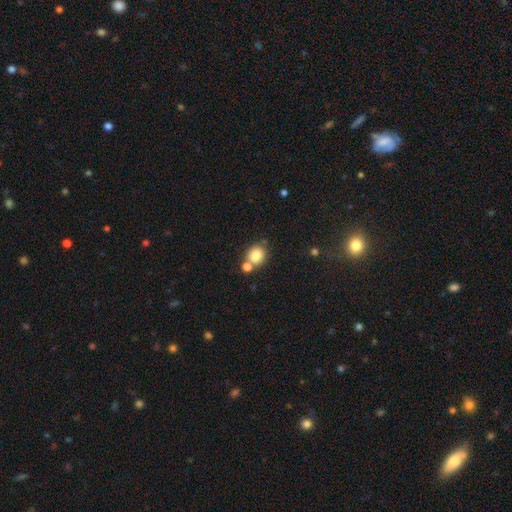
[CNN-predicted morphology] Smooth or featured: smooth — 82% (star or artifact — 10%)
How rounded: round — 69% (in between — 30%)
Merging: none — 58% (merger — 28%)